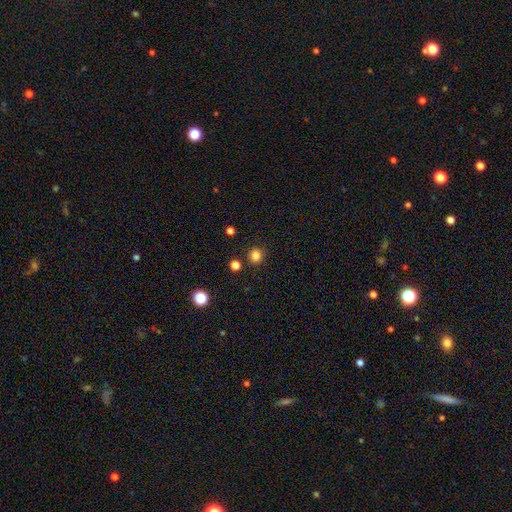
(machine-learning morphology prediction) Smooth or featured?
  - smooth: 82% *
  - star or artifact: 14%
  - featured or disk: 4%
How rounded?
  - round: 91% *
  - in between: 8%
  - cigar-shaped: 1%
Merging?
  - none: 89% *
  - minor disturbance: 7%
  - merger: 3%
  - major disturbance: 2%